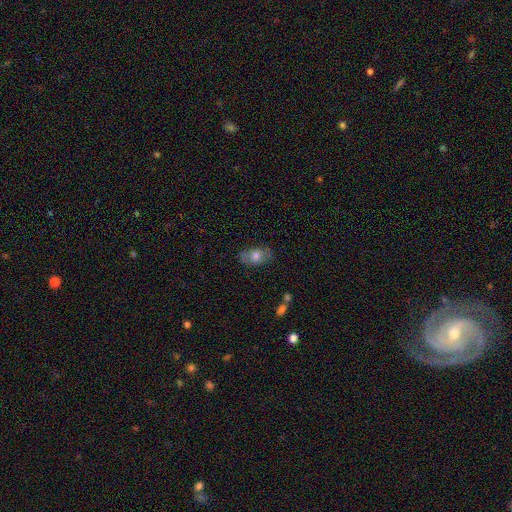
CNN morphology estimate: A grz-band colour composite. It shows a smooth galaxy with no disk features (69%) that is in between round and cigar-shaped (88%). Merging: none (72%).